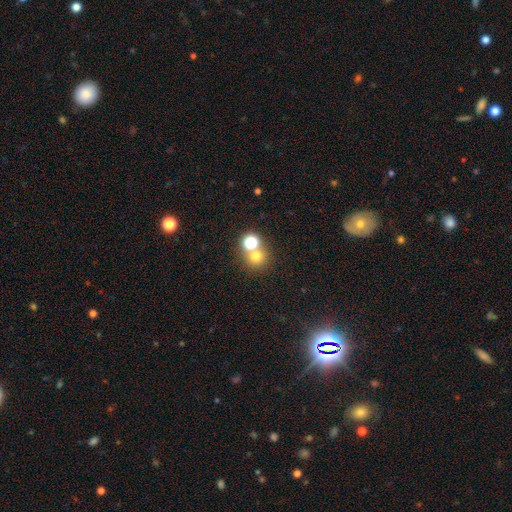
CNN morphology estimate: Smooth or featured? Predicted: smooth (p=0.70). How rounded? Predicted: round (p=0.87). Merging? Predicted: none (p=0.56).